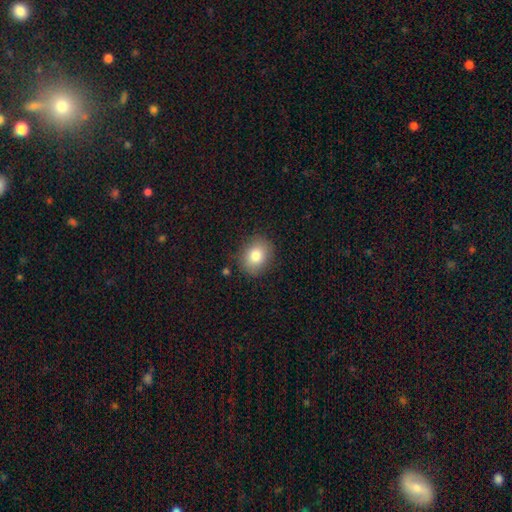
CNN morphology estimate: type=smooth (81%); roundness=round (59%); merging=none (84%).